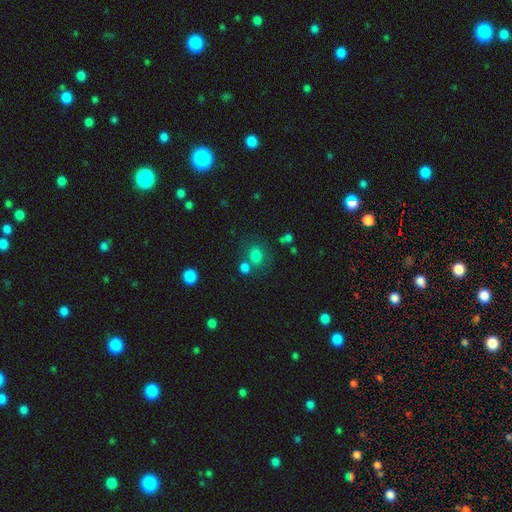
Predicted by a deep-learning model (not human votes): smooth-or-featured: smooth: 77% | star or artifact: 14% | featured or disk: 9%
  how-rounded: round: 56% | in between: 43% | cigar-shaped: 1%
  merging: none: 59% | merger: 22% | minor disturbance: 13% | major disturbance: 6%